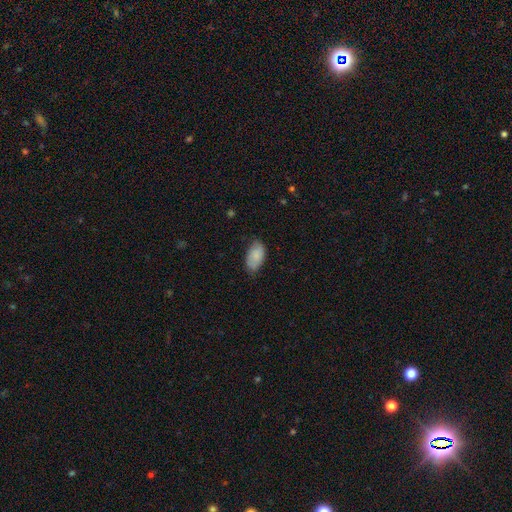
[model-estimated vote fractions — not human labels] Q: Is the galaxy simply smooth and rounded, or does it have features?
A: smooth — 85%.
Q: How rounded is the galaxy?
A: in between — 95%.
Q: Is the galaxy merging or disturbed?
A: none — 72%.